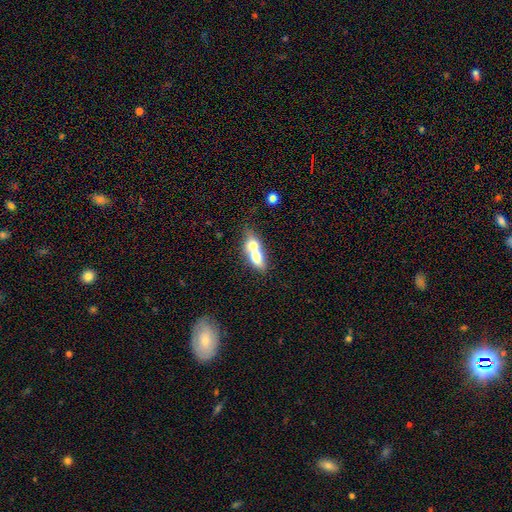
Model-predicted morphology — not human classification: This appears to be a smooth galaxy with no disk features (63%) that is in between round and cigar-shaped (65%). Merging: merger (68%).